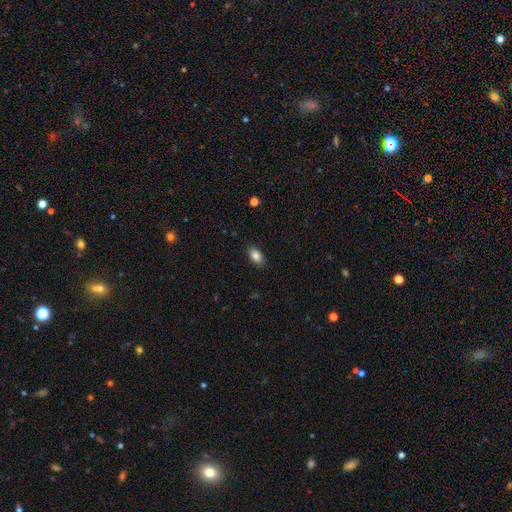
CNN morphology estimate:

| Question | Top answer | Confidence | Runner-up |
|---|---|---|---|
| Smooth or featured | smooth | 86% | star or artifact (8%) |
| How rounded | in between | 91% | round (7%) |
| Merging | none | 87% | minor disturbance (9%) |